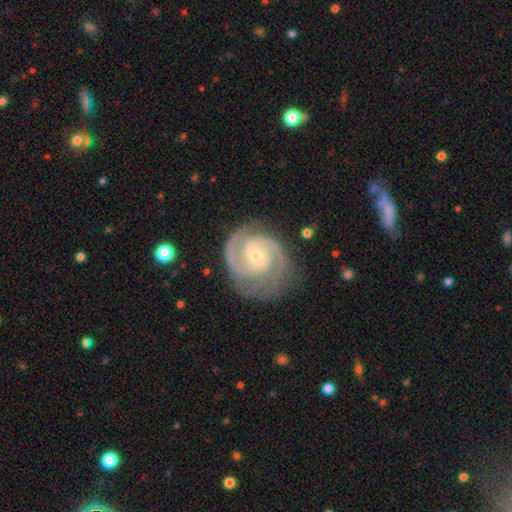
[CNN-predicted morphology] Smooth or featured?
  - featured or disk: 92% *
  - star or artifact: 4%
  - smooth: 4%
Edge-on disk?
  - no: 98% *
  - yes: 2%
Bar?
  - weak: 46% *
  - no: 37%
  - strong: 18%
Spiral arms?
  - yes: 99% *
  - no: 1%
Spiral winding?
  - tight: 65% *
  - medium: 32%
  - loose: 3%
Spiral arm count?
  - 2: 72% *
  - 3: 16%
  - can't tell: 5%
  - 4: 3%
  - 1: 2%
  - more than 4: 2%
Bulge size?
  - small: 65% *
  - moderate: 31%
  - none: 1%
  - large: 1%
  - dominant: 1%
Merging?
  - none: 79% *
  - minor disturbance: 15%
  - major disturbance: 5%
  - merger: 1%